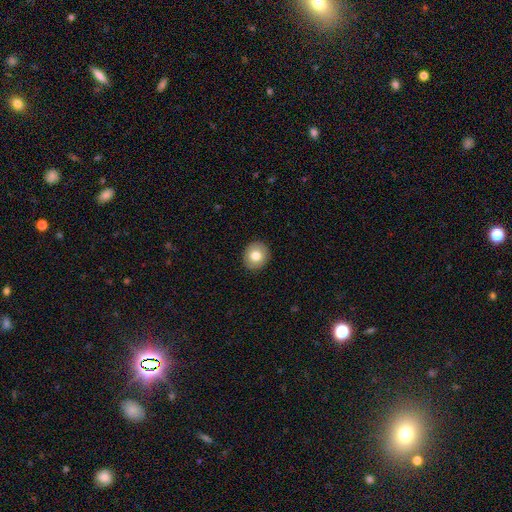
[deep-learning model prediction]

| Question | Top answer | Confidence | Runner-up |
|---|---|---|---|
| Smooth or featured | smooth | 79% | featured or disk (12%) |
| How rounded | round | 85% | in between (14%) |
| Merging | none | 92% | minor disturbance (5%) |